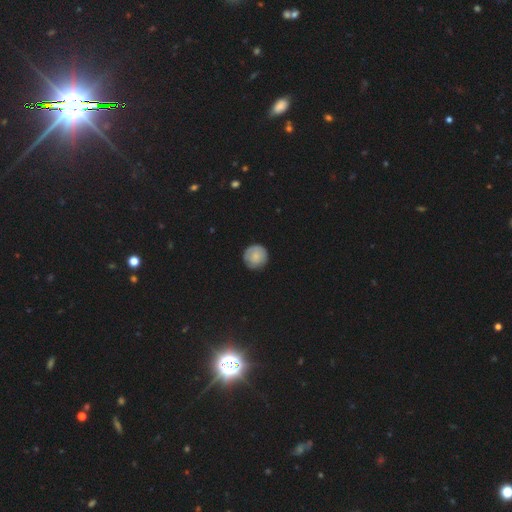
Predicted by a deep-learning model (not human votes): This appears to be a smooth galaxy with no disk features (78%) that is round (95%). Merging: none (85%).